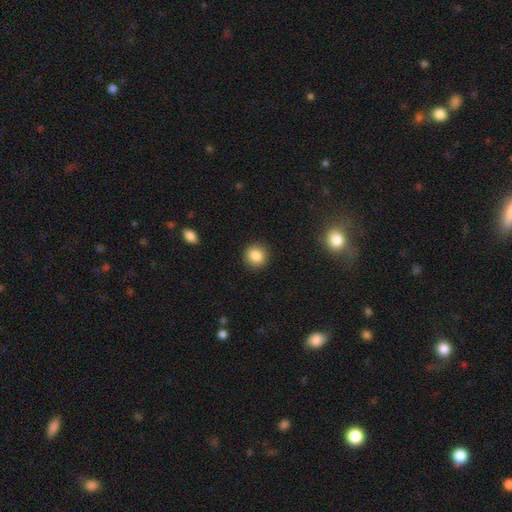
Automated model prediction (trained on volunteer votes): Morphology: type=smooth (85%); roundness=round (89%); merging=none (91%).